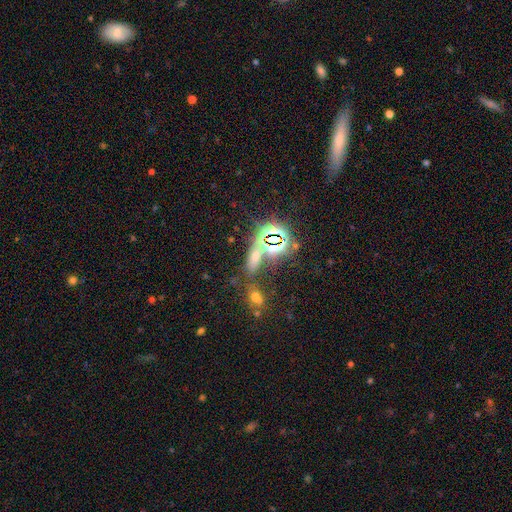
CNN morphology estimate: smooth-or-featured: star or artifact: 58% | smooth: 30% | featured or disk: 12%